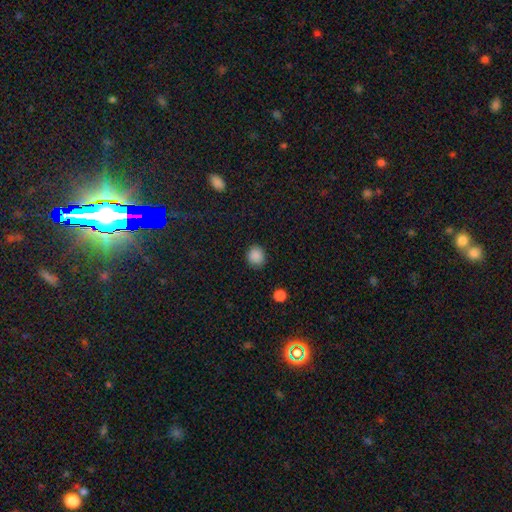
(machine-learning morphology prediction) smooth_or_featured: smooth (p=0.87) [alt: star or artifact p=0.10]
how_rounded: round (p=0.82) [alt: in between p=0.17]
merging: none (p=0.88) [alt: minor disturbance p=0.09]